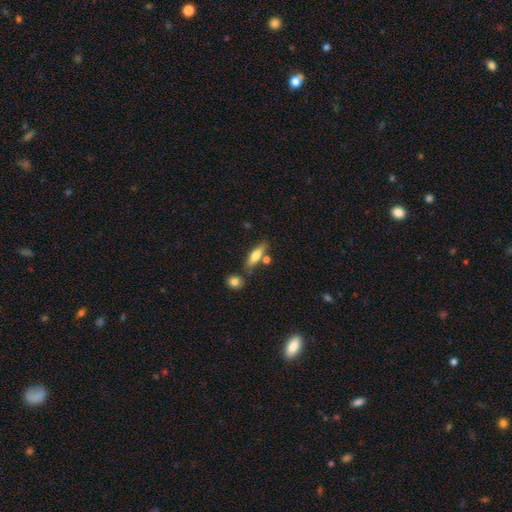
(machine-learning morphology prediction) smooth_or_featured: smooth (p=0.70) [alt: featured or disk p=0.23]
how_rounded: cigar-shaped (p=0.51) [alt: in between p=0.46]
merging: none (p=0.69) [alt: minor disturbance p=0.14]